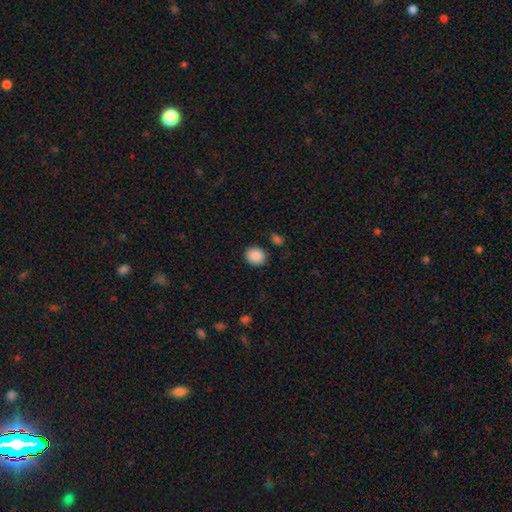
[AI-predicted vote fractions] Smooth or featured? Predicted: smooth (p=0.89). How rounded? Predicted: round (p=0.74). Merging? Predicted: none (p=0.88).